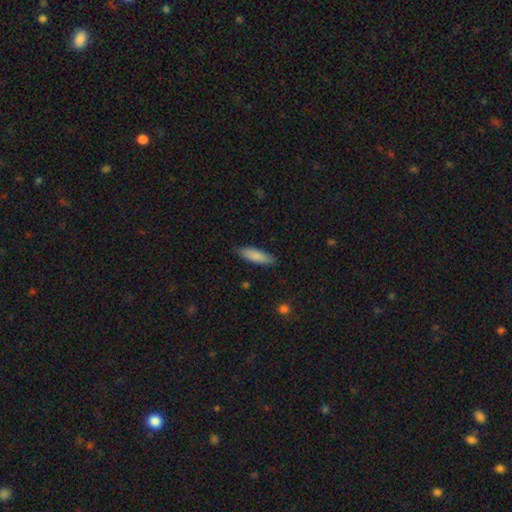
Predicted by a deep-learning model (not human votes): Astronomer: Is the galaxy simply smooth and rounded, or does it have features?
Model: smooth — 85%.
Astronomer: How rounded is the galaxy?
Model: cigar-shaped — 55% (runner-up: in between, 43%).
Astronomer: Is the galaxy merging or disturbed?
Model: none — 86%.